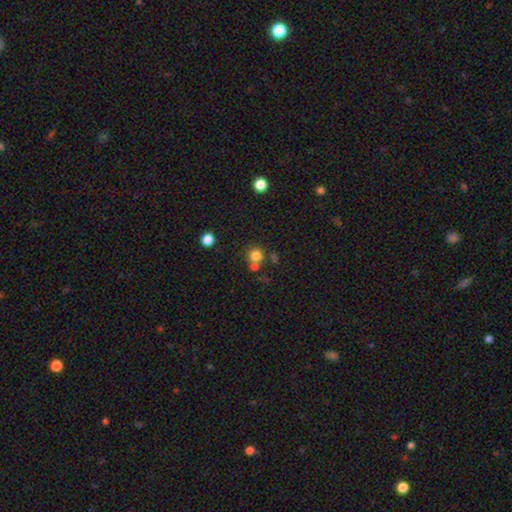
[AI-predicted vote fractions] smooth-or-featured: smooth: 79% | star or artifact: 14% | featured or disk: 7%
  how-rounded: round: 91% | in between: 8% | cigar-shaped: 1%
  merging: none: 63% | merger: 25% | minor disturbance: 8% | major disturbance: 4%